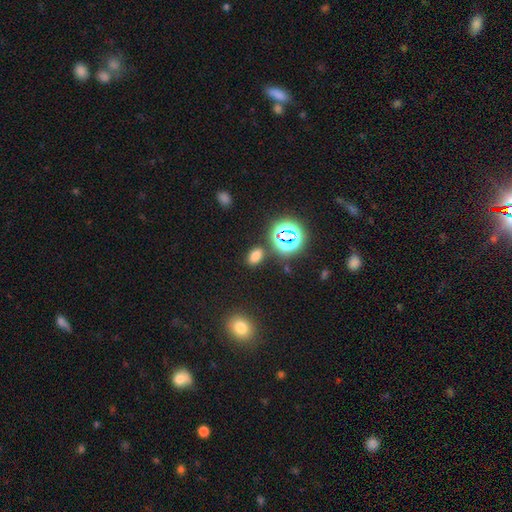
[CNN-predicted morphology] Q: Smooth or featured?
A: smooth (68%); runner-up: star or artifact (26%)
Q: How rounded?
A: in between (85%); runner-up: round (13%)
Q: Merging?
A: none (84%); runner-up: minor disturbance (9%)